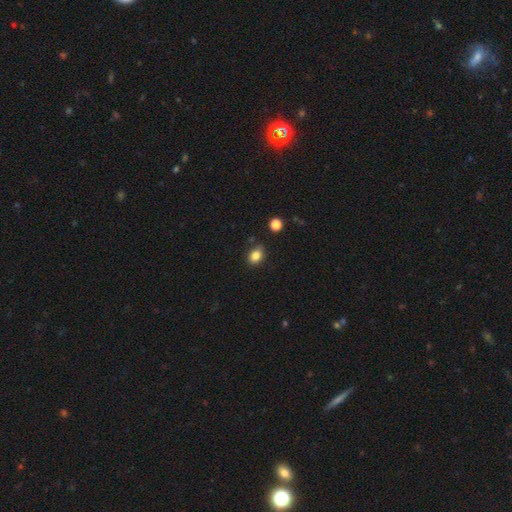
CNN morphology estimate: Smooth or featured? smooth (83%)
How rounded? in between (61%)
Merging? none (78%)